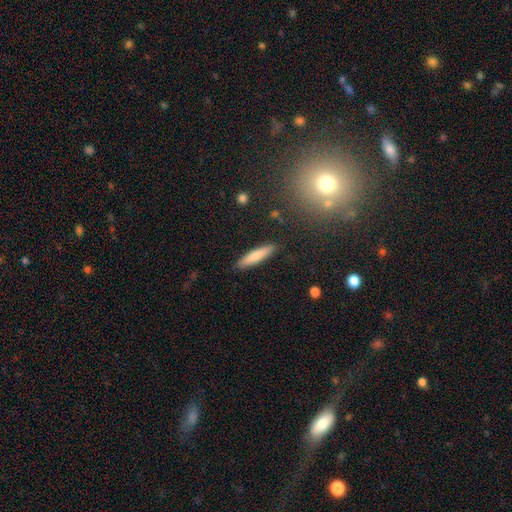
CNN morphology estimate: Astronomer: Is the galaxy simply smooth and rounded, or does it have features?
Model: smooth — 79%.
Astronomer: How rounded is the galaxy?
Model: cigar-shaped — 83%.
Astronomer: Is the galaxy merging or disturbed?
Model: none — 90%.